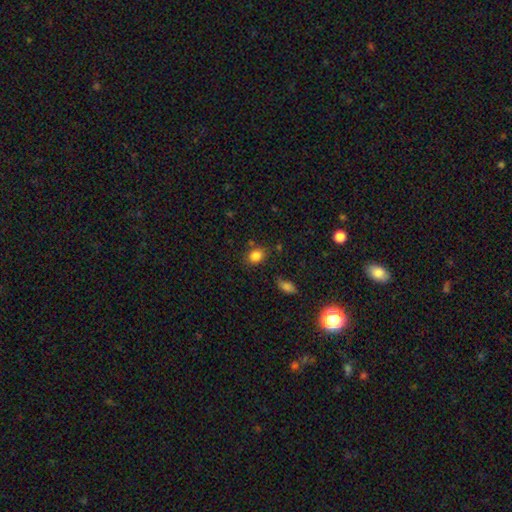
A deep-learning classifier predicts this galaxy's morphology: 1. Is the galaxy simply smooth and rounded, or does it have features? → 84% smooth, 11% star or artifact, 5% featured or disk.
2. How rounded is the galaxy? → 61% in between, 38% round, 1% cigar-shaped.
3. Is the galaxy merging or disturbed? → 76% none, 15% minor disturbance, 5% merger, 4% major disturbance.